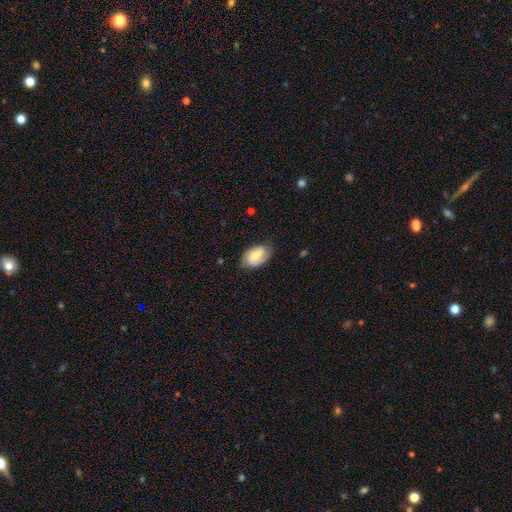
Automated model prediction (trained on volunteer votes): The model was most divided on "smooth or featured": featured or disk: 52%, smooth: 42%, star or artifact: 6%. More confident: edge-on disk — no (96%); merging — none (77%).